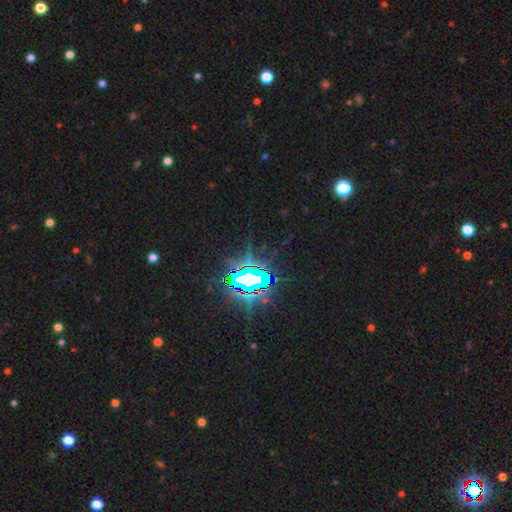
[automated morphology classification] type=star or artifact (82%).